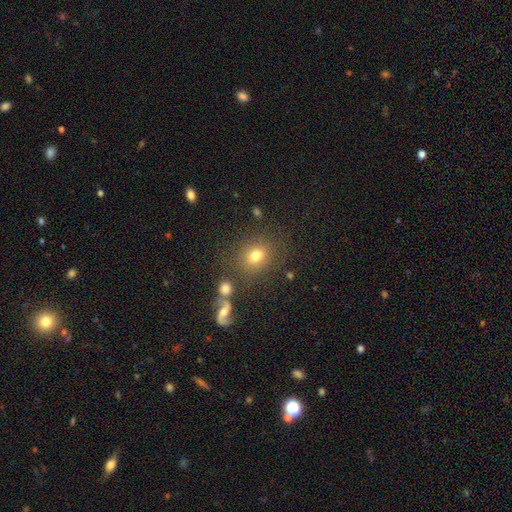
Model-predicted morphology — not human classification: The model was most divided on "how rounded": round: 65%, in between: 34%, cigar-shaped: 1%. More confident: merging — none (75%); smooth or featured — smooth (73%).